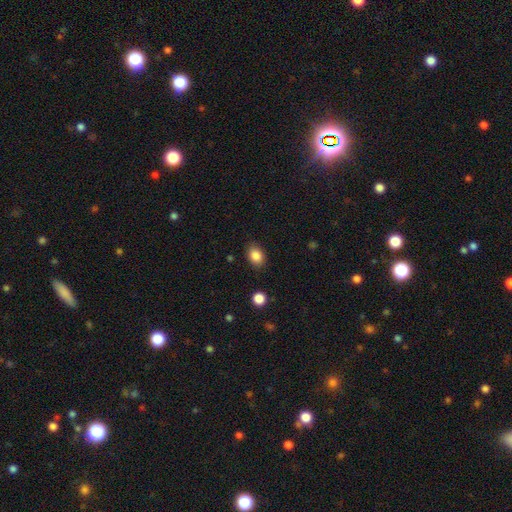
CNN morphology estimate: This appears to be a smooth galaxy with no disk features (86%) that is in between round and cigar-shaped (72%). Merging: none (85%).